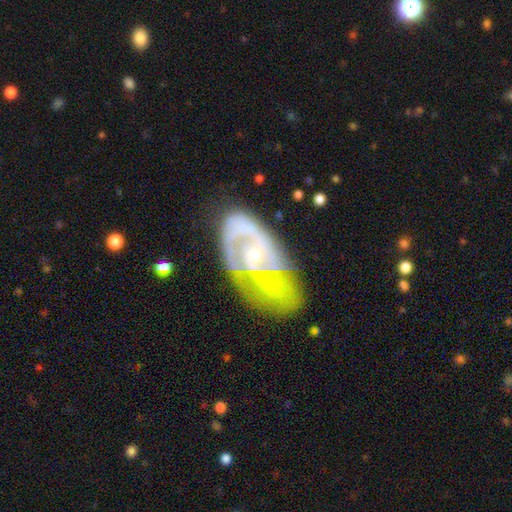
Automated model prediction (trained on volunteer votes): Q: Smooth or featured?
A: featured or disk (81%); runner-up: smooth (12%)
Q: Edge-on disk?
A: no (96%); runner-up: yes (4%)
Q: Bar?
A: no (67%); runner-up: weak (27%)
Q: Spiral arms?
A: yes (85%); runner-up: no (15%)
Q: Spiral winding?
A: tight (45%); runner-up: medium (40%)
Q: Spiral arm count?
A: 2 (44%); runner-up: can't tell (28%)
Q: Bulge size?
A: small (69%); runner-up: moderate (26%)
Q: Merging?
A: none (40%); runner-up: major disturbance (27%)